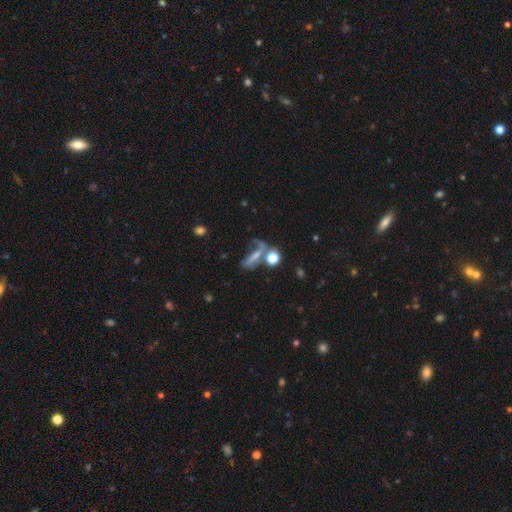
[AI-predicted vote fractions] This appears to be a smooth galaxy with no disk features (47%). Merging: none (34%).